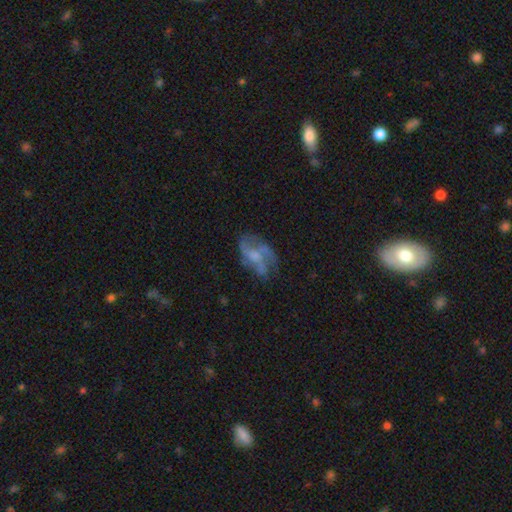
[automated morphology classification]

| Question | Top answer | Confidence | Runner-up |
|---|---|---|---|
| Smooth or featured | featured or disk | 67% | smooth (24%) |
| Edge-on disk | no | 96% | yes (4%) |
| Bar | no | 68% | weak (27%) |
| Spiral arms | yes | 70% | no (30%) |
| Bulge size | moderate | 39% | small (30%) |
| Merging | none | 52% | major disturbance (22%) |